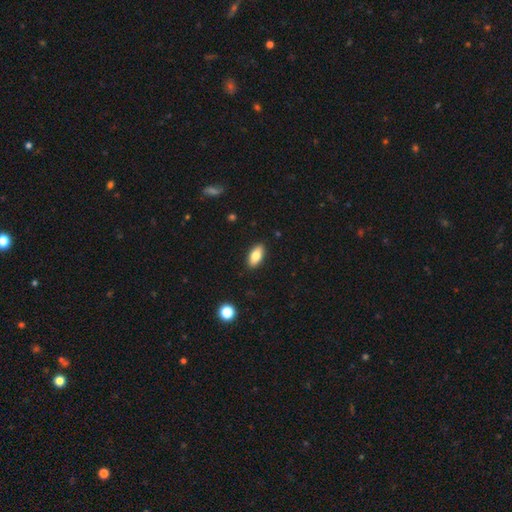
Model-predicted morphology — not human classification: A smooth galaxy with no disk features (77%) that is in between round and cigar-shaped (87%).

Vote fractions:
- Smooth or featured? smooth: 77% / featured or disk: 16% / star or artifact: 7%
- How rounded? in between: 87% / cigar-shaped: 10% / round: 3%
- Merging? none: 89% / minor disturbance: 8% / major disturbance: 2% / merger: 1%